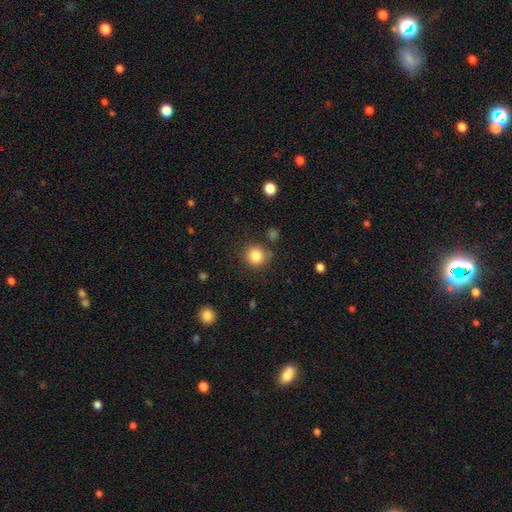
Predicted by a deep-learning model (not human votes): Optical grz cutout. It shows a smooth galaxy with no disk features (84%) that is round (90%). Merging: none (81%).